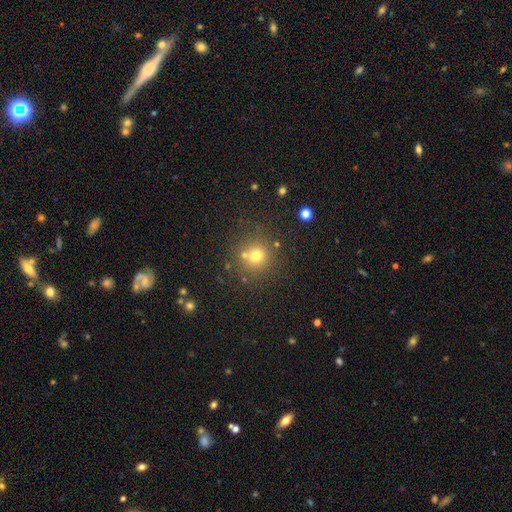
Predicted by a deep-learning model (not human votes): Q: Smooth or featured?
A: smooth (71%); runner-up: star or artifact (19%)
Q: How rounded?
A: round (93%); runner-up: in between (7%)
Q: Merging?
A: none (77%); runner-up: merger (10%)